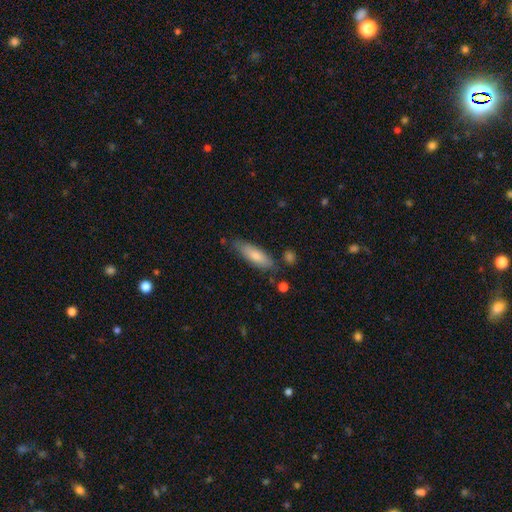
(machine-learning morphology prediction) Smooth or featured? Predicted: smooth (p=0.77). How rounded? Predicted: cigar-shaped (p=0.50). Merging? Predicted: none (p=0.73).